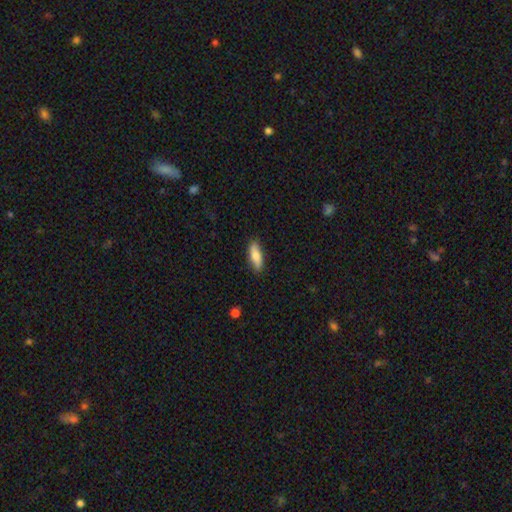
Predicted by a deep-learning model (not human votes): Q: Smooth or featured?
A: smooth (80%); runner-up: featured or disk (14%)
Q: How rounded?
A: in between (60%); runner-up: cigar-shaped (37%)
Q: Merging?
A: none (85%); runner-up: minor disturbance (12%)